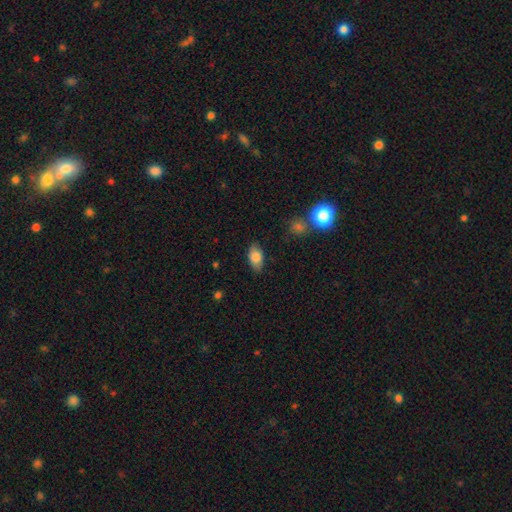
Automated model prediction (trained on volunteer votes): This is clearly a smooth galaxy (81%). How rounded: clearly in between (90%). Merging: clearly none (82%).